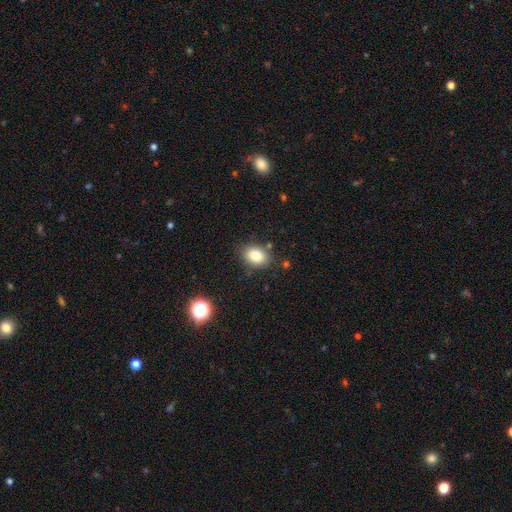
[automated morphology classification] type=smooth (83%); roundness=in between (73%); merging=none (80%).